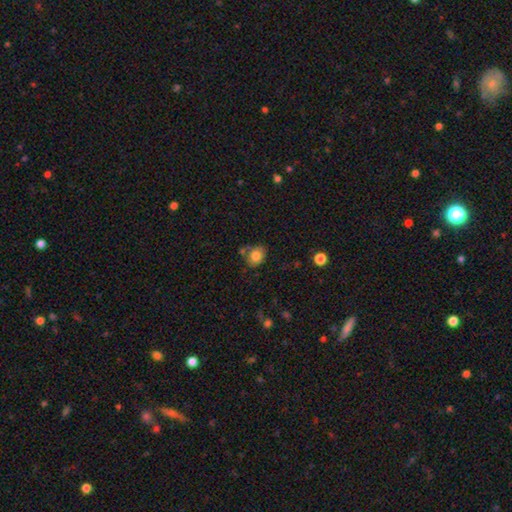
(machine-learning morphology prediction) The model was most divided on "how rounded": in between: 51%, round: 48%, cigar-shaped: 1%. More confident: smooth or featured — smooth (80%); merging — none (56%).